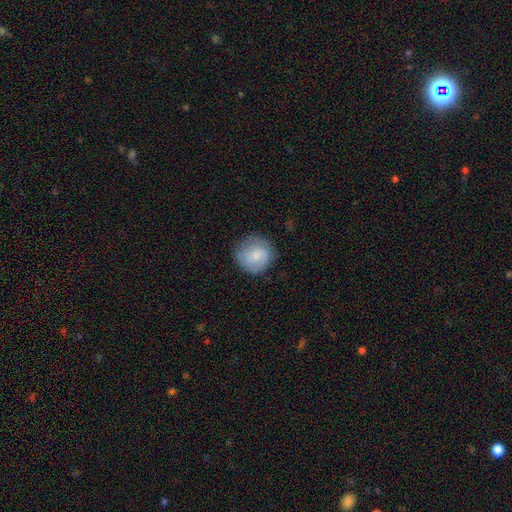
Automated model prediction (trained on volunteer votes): Smooth or featured?
  - smooth: 72% *
  - featured or disk: 21%
  - star or artifact: 7%
How rounded?
  - round: 90% *
  - in between: 9%
  - cigar-shaped: 1%
Merging?
  - none: 77% *
  - minor disturbance: 17%
  - major disturbance: 5%
  - merger: 1%